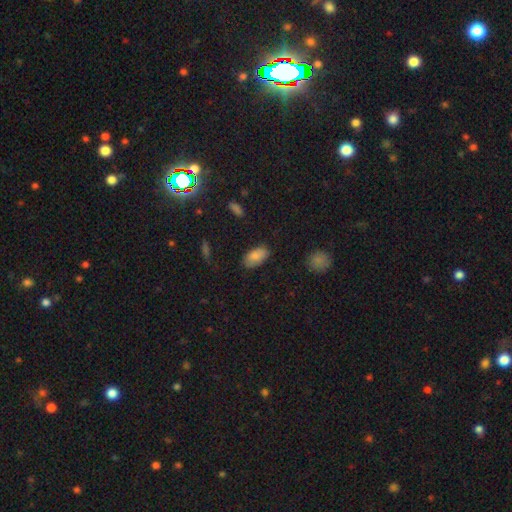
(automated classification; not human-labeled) smooth-or-featured: smooth: 85% | featured or disk: 8% | star or artifact: 7%
  how-rounded: in between: 94% | round: 3% | cigar-shaped: 3%
  merging: none: 80% | minor disturbance: 16% | major disturbance: 3% | merger: 1%